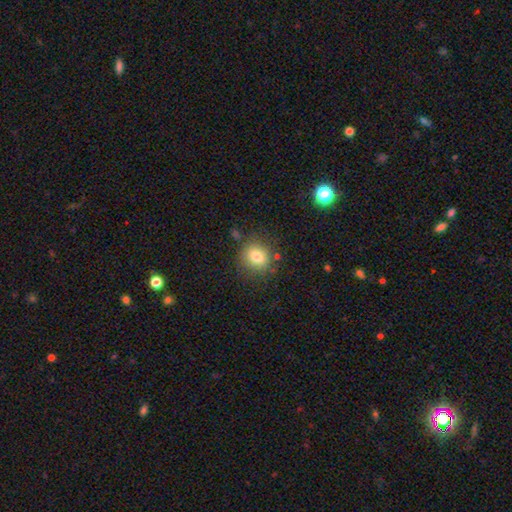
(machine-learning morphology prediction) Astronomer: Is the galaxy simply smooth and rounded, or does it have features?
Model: smooth — 80%.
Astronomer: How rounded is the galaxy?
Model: round — 78%.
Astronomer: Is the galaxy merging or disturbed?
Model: none — 79%.